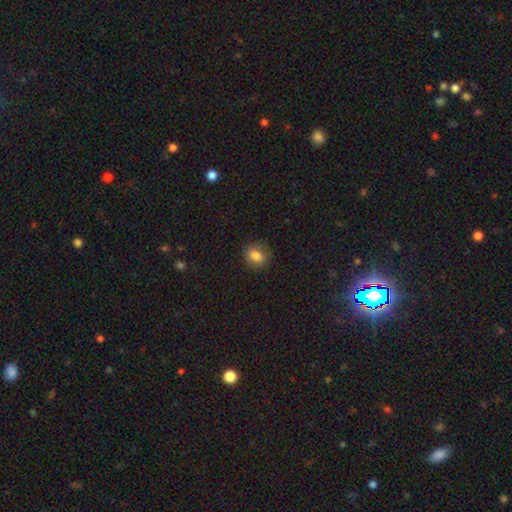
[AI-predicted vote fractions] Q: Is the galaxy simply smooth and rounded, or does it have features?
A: smooth — 79%.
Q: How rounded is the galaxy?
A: round — 51%.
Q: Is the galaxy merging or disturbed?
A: none — 79%.